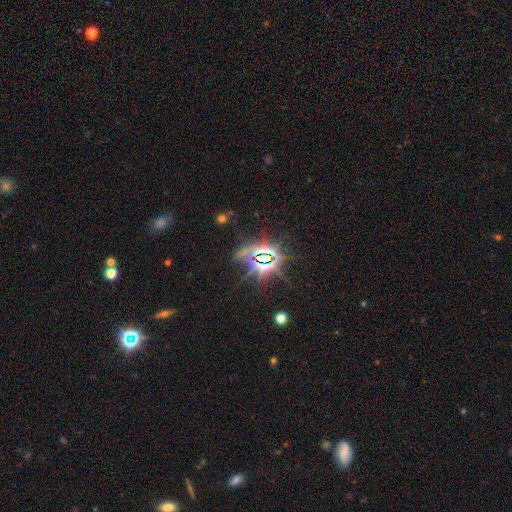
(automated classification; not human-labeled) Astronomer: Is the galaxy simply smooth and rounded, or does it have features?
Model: star or artifact — 78%.